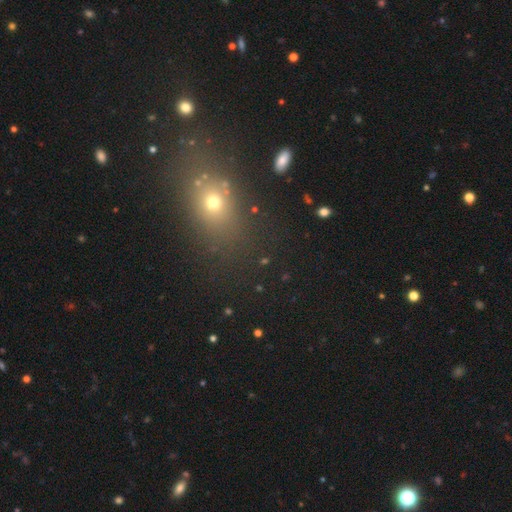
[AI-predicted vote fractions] Q: Smooth or featured?
A: smooth (52%); runner-up: star or artifact (35%)
Q: How rounded?
A: in between (59%); runner-up: round (36%)
Q: Merging?
A: none (80%); runner-up: minor disturbance (11%)